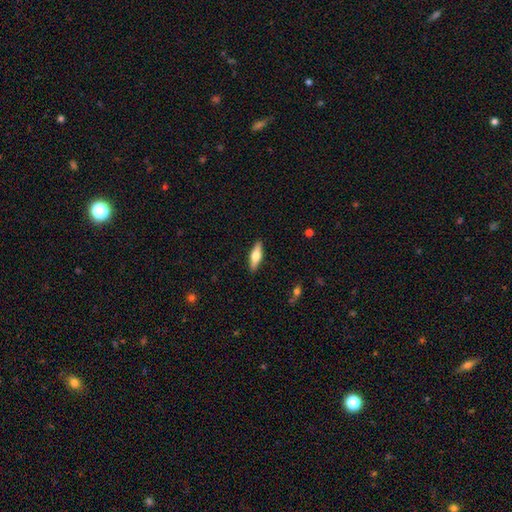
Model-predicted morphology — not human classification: A smooth galaxy with no disk features (55%) that is cigar-shaped (53%). Merging: none (90%).